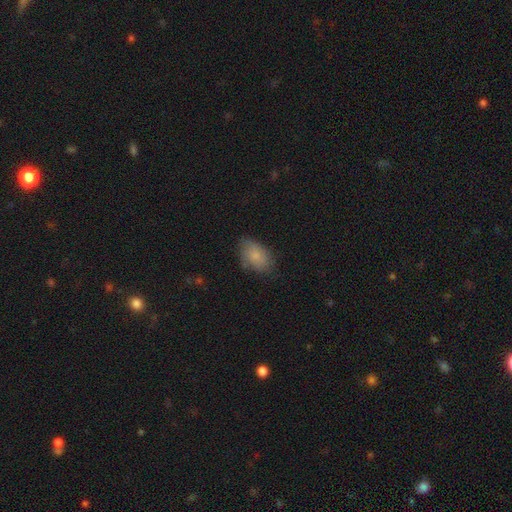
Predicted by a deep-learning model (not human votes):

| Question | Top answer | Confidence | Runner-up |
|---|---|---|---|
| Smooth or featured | smooth | 78% | featured or disk (15%) |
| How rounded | in between | 89% | round (10%) |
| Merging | none | 69% | minor disturbance (24%) |